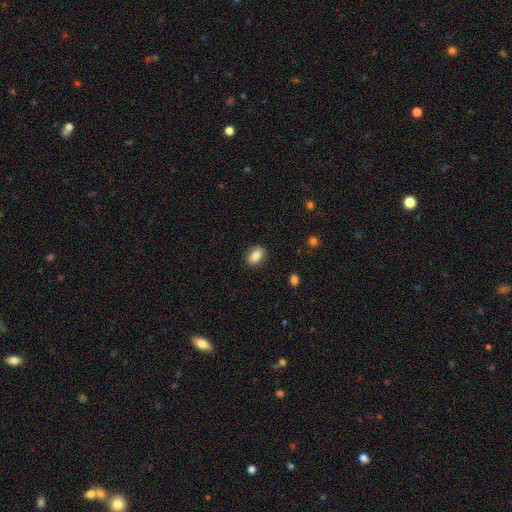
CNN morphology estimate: Overall: smooth (86%). How rounded: in between (85%). Merging: none (87%).